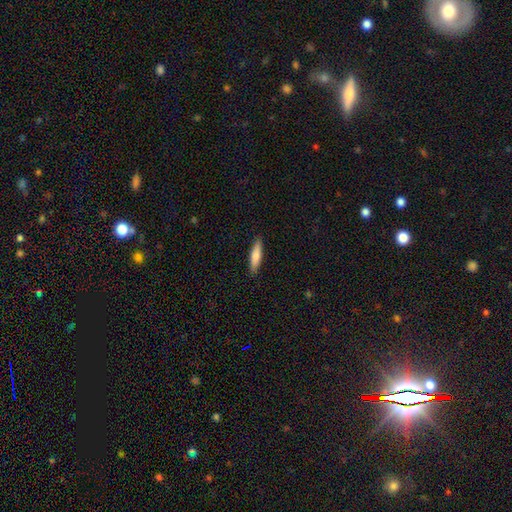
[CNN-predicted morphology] A smooth galaxy with no disk features (78%) that is cigar-shaped (77%).

Vote fractions:
- Smooth or featured? smooth: 78% / featured or disk: 16% / star or artifact: 5%
- How rounded? cigar-shaped: 77% / in between: 22% / round: 1%
- Merging? none: 90% / minor disturbance: 7% / major disturbance: 2% / merger: 1%